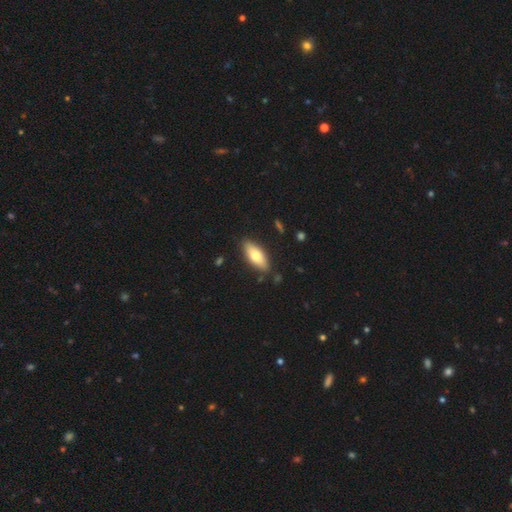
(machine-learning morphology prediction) smooth-or-featured: smooth: 70% | featured or disk: 24% | star or artifact: 6%
  how-rounded: in between: 77% | cigar-shaped: 20% | round: 2%
  merging: none: 86% | minor disturbance: 10% | major disturbance: 2% | merger: 2%